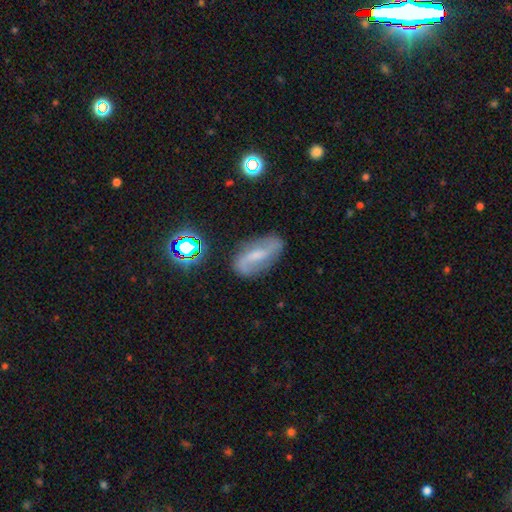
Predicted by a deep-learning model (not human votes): A featured or disk galaxy (69%) with a weak bar (45%), 2 (86%) loose (63%) spiral arms (89%) and a small central bulge (49%).

Vote fractions:
- Smooth or featured? featured or disk: 69% / smooth: 21% / star or artifact: 10%
- Edge-on disk? no: 93% / yes: 7%
- Bar? weak: 45% / strong: 32% / no: 23%
- Spiral arms? yes: 89% / no: 11%
- Spiral winding? loose: 63% / medium: 26% / tight: 11%
- Spiral arm count? 2: 86% / can't tell: 7% / 1: 5% / 3: 1% / 4: 1% / more than 4: 1%
- Bulge size? small: 49% / moderate: 27% / none: 19% / large: 3% / dominant: 1%
- Merging? none: 77% / minor disturbance: 15% / major disturbance: 5% / merger: 2%